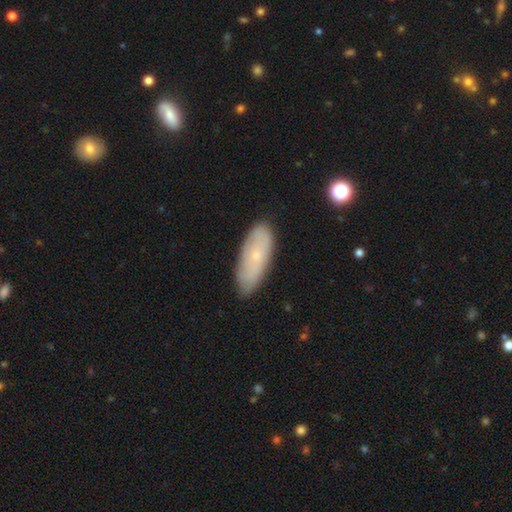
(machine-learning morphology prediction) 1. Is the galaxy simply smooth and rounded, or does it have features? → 57% smooth, 35% featured or disk, 8% star or artifact.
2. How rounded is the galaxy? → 75% in between, 22% cigar-shaped, 3% round.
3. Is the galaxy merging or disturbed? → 80% none, 16% minor disturbance, 3% major disturbance, 1% merger.